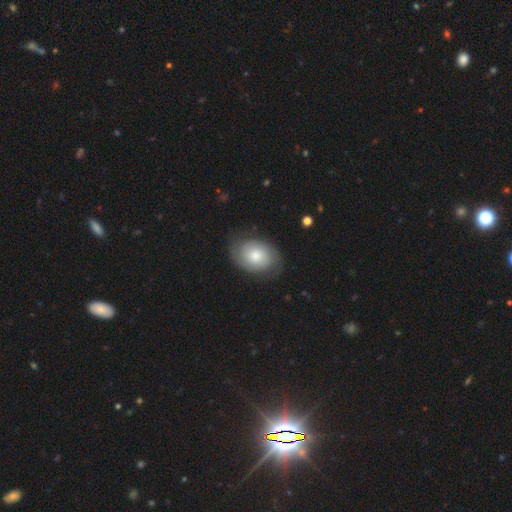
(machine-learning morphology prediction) smooth_or_featured: smooth (p=0.64) [alt: featured or disk p=0.30]
how_rounded: in between (p=0.77) [alt: round p=0.22]
merging: none (p=0.74) [alt: minor disturbance p=0.18]